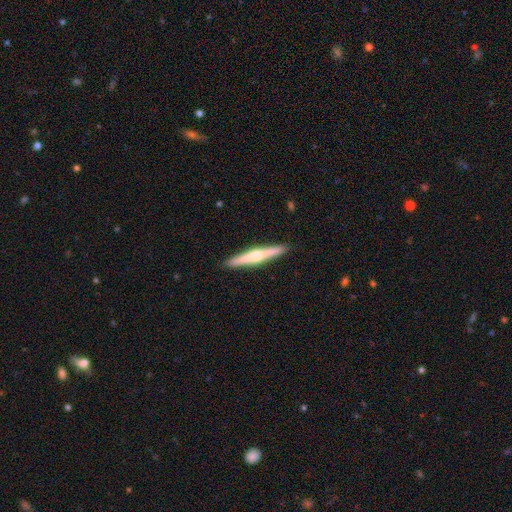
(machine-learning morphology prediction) This is possibly a featured or disk galaxy (60%). It is clearly viewed edge-on (98%). Edge-on bulge: clearly rounded (84%). Merging: clearly none (92%).